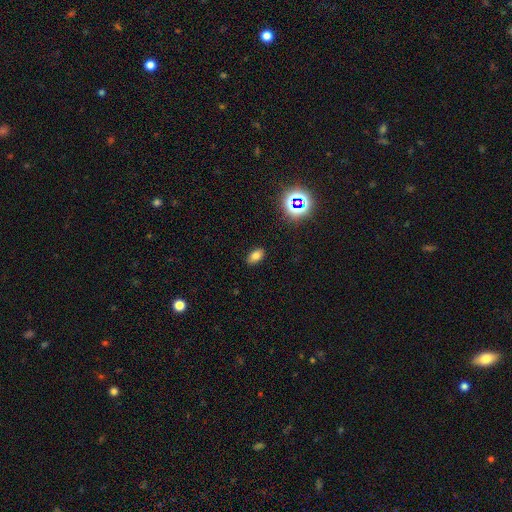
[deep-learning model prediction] This appears to be a smooth galaxy with no disk features (75%) that is in between round and cigar-shaped (89%). Merging: none (88%).